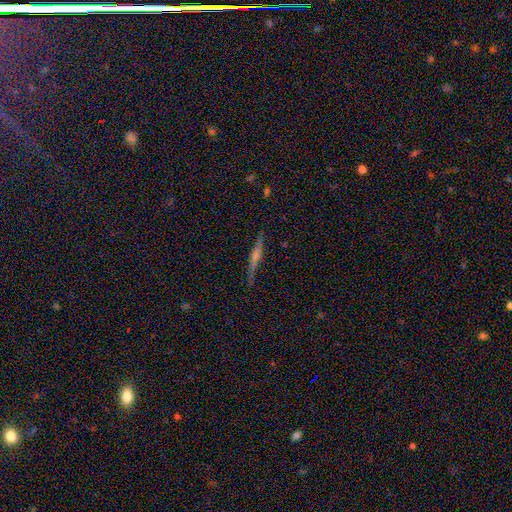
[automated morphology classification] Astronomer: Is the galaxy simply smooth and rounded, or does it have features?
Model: featured or disk — 71%.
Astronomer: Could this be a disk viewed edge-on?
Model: yes — 97%.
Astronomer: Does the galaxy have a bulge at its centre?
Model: rounded — 67%.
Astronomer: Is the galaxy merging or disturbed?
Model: none — 87%.